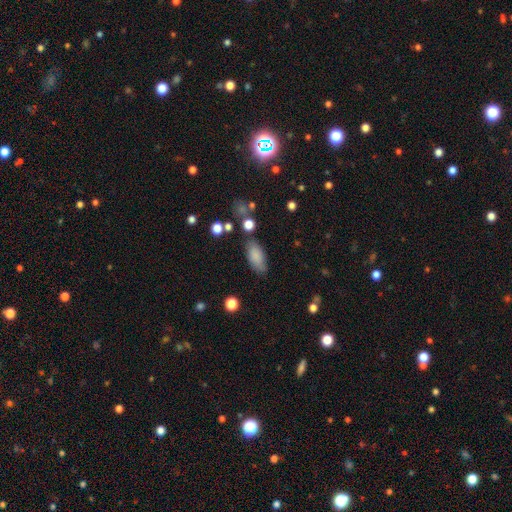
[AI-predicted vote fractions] smooth-or-featured: smooth: 85% | star or artifact: 8% | featured or disk: 7%
  how-rounded: in between: 87% | cigar-shaped: 10% | round: 3%
  merging: none: 77% | minor disturbance: 15% | major disturbance: 4% | merger: 3%